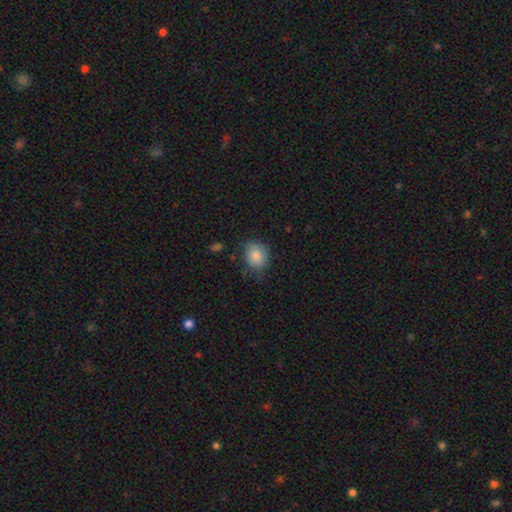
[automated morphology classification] Overall: smooth (85%). How rounded: round (60%; in between 39%). Merging: none (70%).